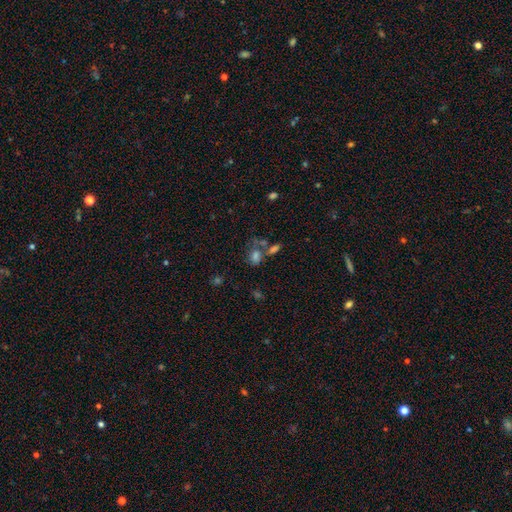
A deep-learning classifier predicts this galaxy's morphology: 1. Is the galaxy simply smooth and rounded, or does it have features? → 67% smooth, 17% star or artifact, 16% featured or disk.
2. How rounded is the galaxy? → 74% in between, 24% round, 2% cigar-shaped.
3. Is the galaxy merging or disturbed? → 38% merger, 34% none, 15% minor disturbance, 13% major disturbance.